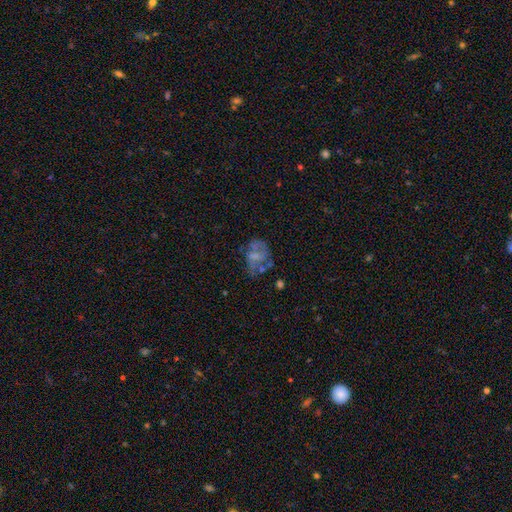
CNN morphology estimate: type=featured or disk (50%); edge-on=no (98%); merging=none (34%).